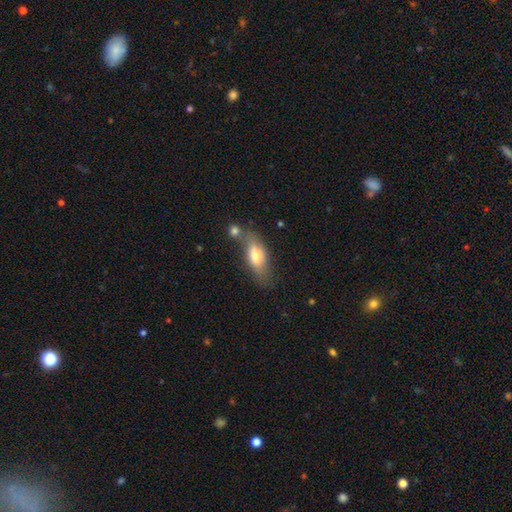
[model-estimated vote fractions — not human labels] This appears to be a smooth galaxy with no disk features (63%) that is in between round and cigar-shaped (71%). Merging: none (56%).